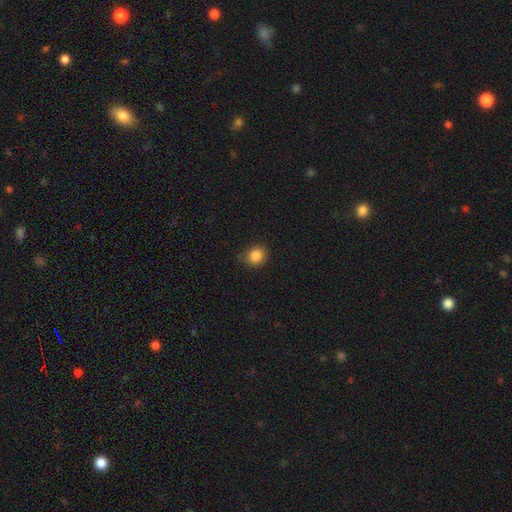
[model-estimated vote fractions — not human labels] Overall: smooth (85%). How rounded: round (76%). Merging: none (76%).